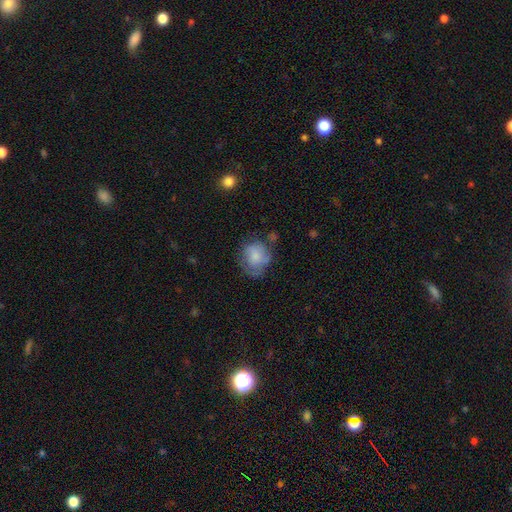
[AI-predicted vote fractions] A smooth galaxy with no disk features (68%) that is round (65%). Merging: none (48%).